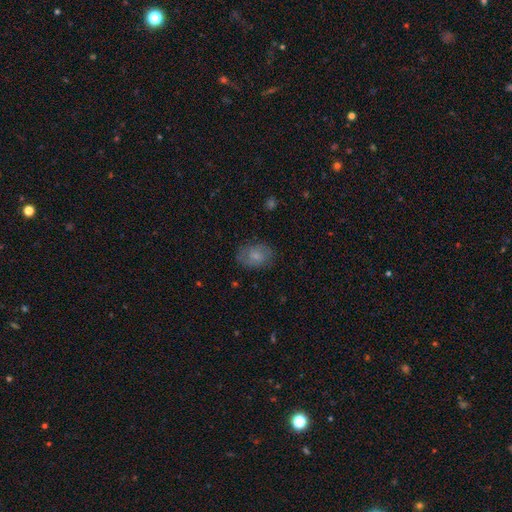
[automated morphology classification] Smooth or featured: smooth — 60% (featured or disk — 31%)
How rounded: in between — 75% (round — 23%)
Merging: none — 76% (minor disturbance — 17%)